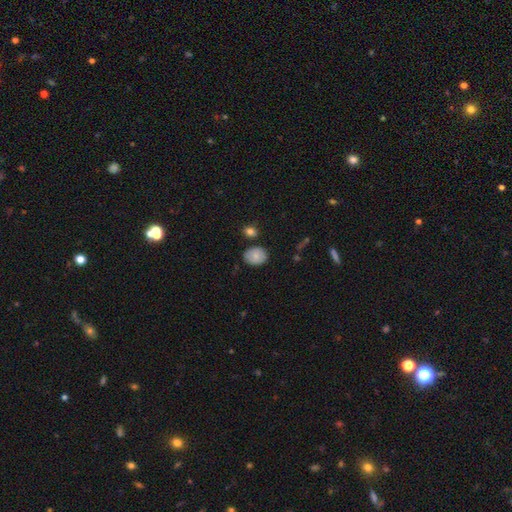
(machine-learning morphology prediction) Smooth or featured? smooth (77%)
How rounded? in between (58%)
Merging? none (76%)